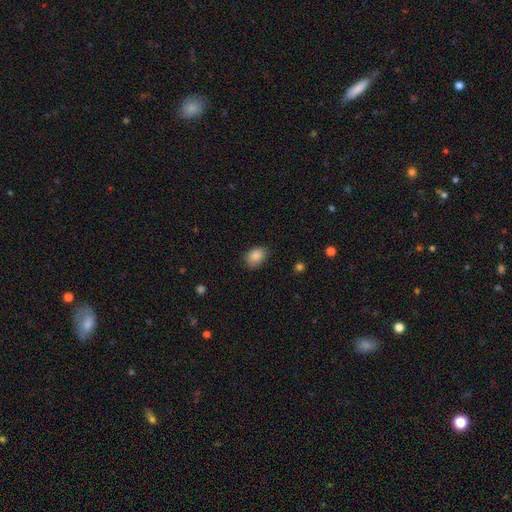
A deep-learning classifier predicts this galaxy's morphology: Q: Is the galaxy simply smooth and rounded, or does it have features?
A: smooth — 86%.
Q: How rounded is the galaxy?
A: in between — 73%.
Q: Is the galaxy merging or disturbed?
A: none — 76%.